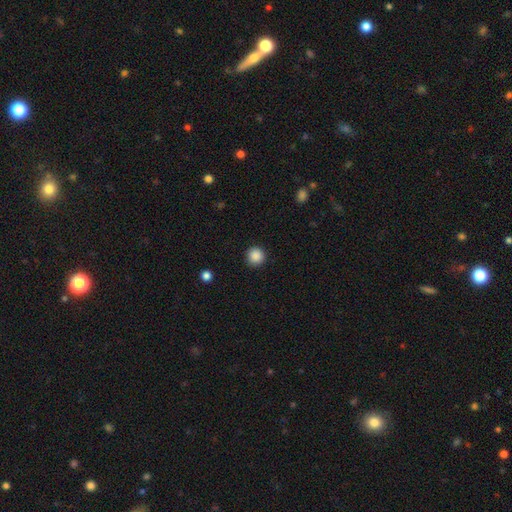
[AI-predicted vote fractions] This is clearly a smooth galaxy (88%). How rounded: clearly round (96%). Merging: clearly none (92%).